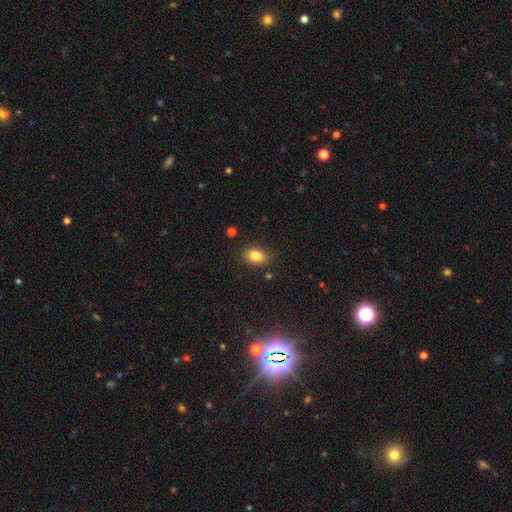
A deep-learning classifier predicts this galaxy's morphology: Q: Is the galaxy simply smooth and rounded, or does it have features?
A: smooth — 82%.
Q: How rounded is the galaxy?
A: in between — 78%.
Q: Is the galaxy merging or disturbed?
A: none — 85%.